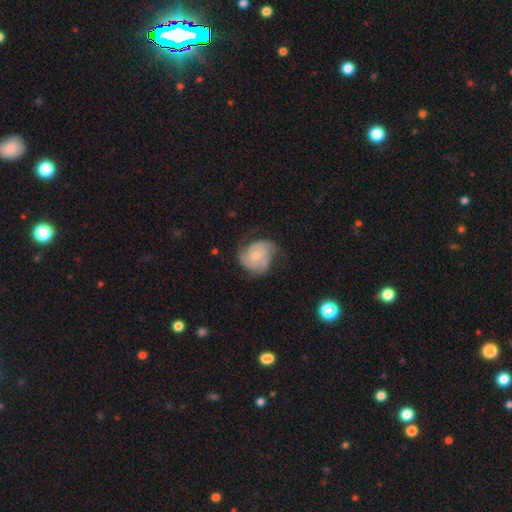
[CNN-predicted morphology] Smooth or featured? Predicted: featured or disk (p=0.77). Edge-on disk? Predicted: no (p=0.98). Bar? Predicted: no (p=0.77). Spiral arms? Predicted: yes (p=0.93). Spiral winding? Predicted: tight (p=0.56). Spiral arm count? Predicted: 2 (p=0.40). Bulge size? Predicted: moderate (p=0.59). Merging? Predicted: none (p=0.60).